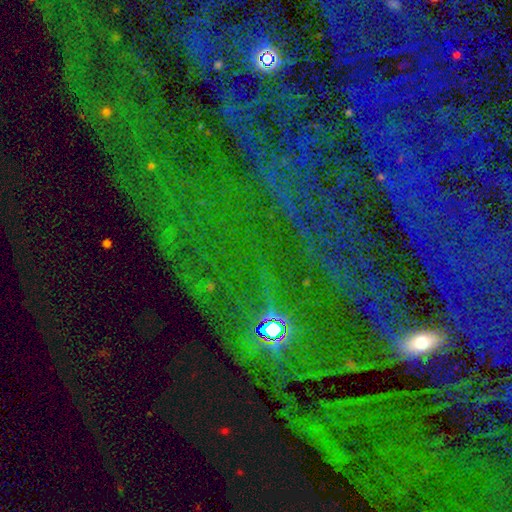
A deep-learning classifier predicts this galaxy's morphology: Smooth or featured: star or artifact — 80% (featured or disk — 11%)